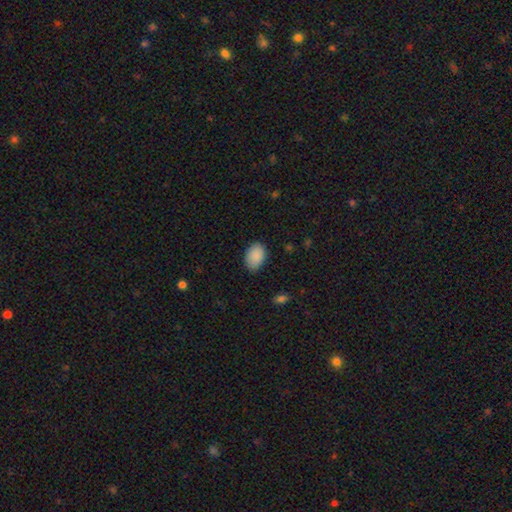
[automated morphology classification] Q: Smooth or featured?
A: smooth (90%); runner-up: star or artifact (7%)
Q: How rounded?
A: in between (87%); runner-up: round (12%)
Q: Merging?
A: none (81%); runner-up: minor disturbance (15%)